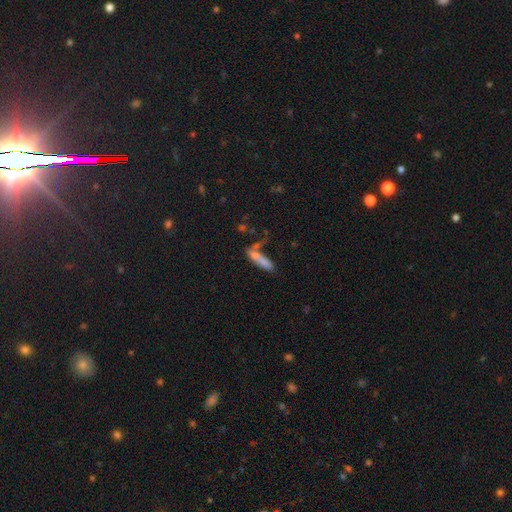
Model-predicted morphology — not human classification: This appears to be a smooth galaxy with no disk features (74%) that is cigar-shaped (75%). Merging: none (48%).